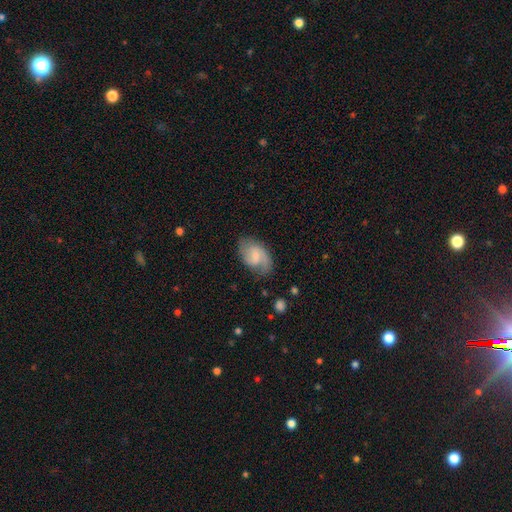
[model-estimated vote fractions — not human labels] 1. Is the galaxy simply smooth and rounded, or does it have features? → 58% featured or disk, 35% smooth, 7% star or artifact.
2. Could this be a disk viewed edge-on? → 96% no, 4% yes.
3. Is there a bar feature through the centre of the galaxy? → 52% weak, 39% no, 9% strong.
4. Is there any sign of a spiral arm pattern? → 90% yes, 10% no.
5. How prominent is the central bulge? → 49% small, 32% moderate, 14% none, 4% large, 1% dominant.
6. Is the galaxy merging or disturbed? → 69% none, 21% minor disturbance, 8% major disturbance, 2% merger.